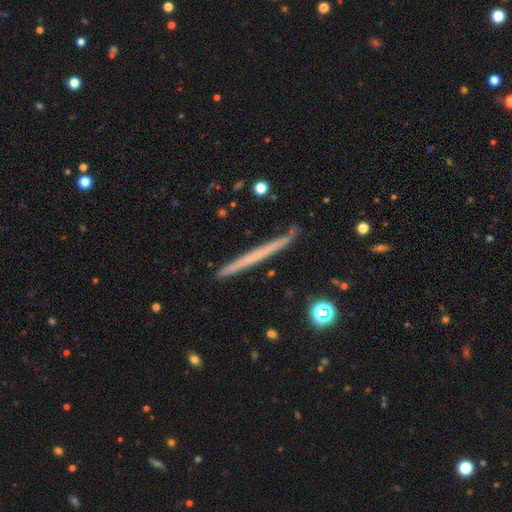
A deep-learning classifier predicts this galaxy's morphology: Q: Smooth or featured?
A: featured or disk (51%); runner-up: smooth (42%)
Q: Edge-on disk?
A: yes (97%); runner-up: no (3%)
Q: Merging?
A: none (90%); runner-up: minor disturbance (7%)